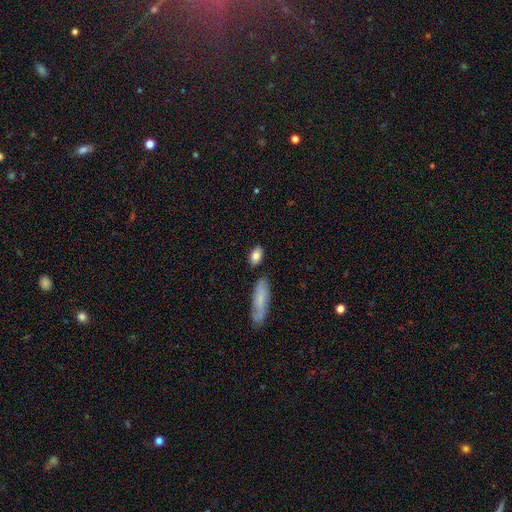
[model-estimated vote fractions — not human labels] A smooth galaxy with no disk features (81%) that is in between round and cigar-shaped (87%). Merging: none (78%).